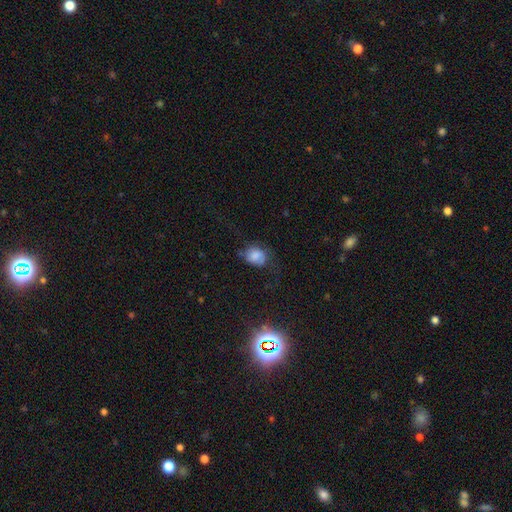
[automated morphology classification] A smooth galaxy with no disk features (75%) that is in between round and cigar-shaped (50%).

Vote fractions:
- Smooth or featured? smooth: 75% / featured or disk: 14% / star or artifact: 10%
- How rounded? in between: 50% / round: 49% / cigar-shaped: 1%
- Merging? none: 48% / minor disturbance: 29% / major disturbance: 20% / merger: 3%